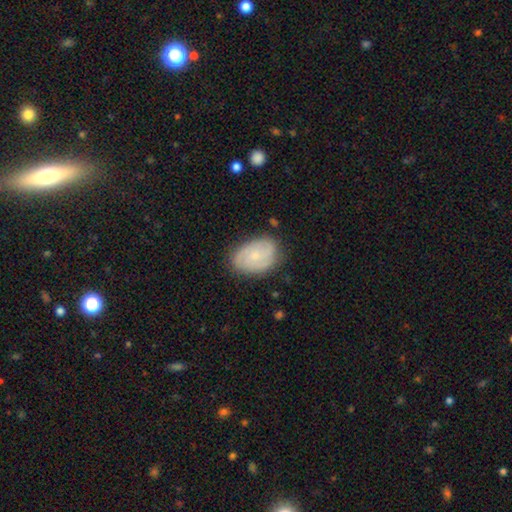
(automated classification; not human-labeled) Smooth or featured? Predicted: featured or disk (p=0.49). Merging? Predicted: none (p=0.74).